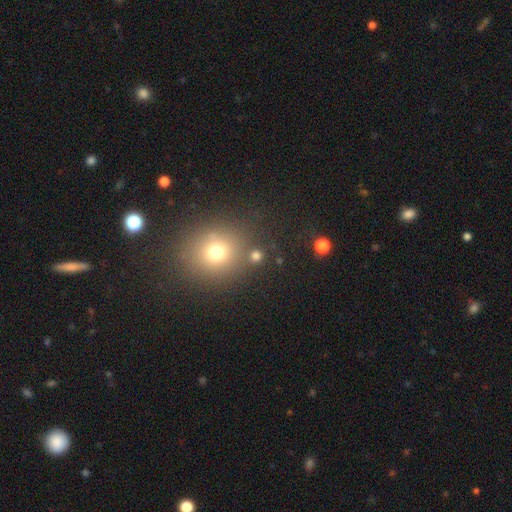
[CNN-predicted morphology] This is likely a smooth galaxy (74%). How rounded: clearly round (87%). Merging: likely none (78%).